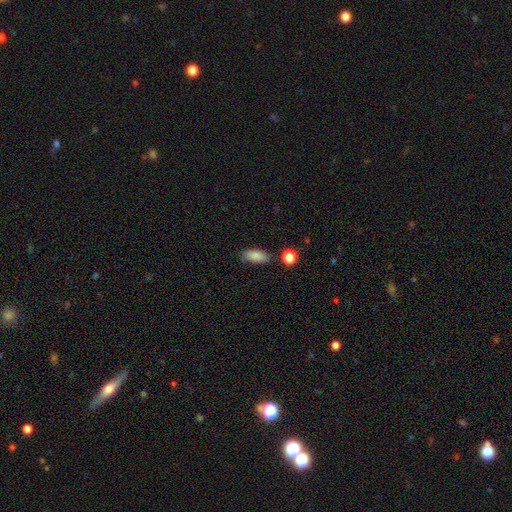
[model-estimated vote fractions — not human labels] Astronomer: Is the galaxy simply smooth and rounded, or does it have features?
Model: smooth — 87%.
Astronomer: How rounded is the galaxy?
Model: in between — 86%.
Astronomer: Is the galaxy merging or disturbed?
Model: none — 80%.